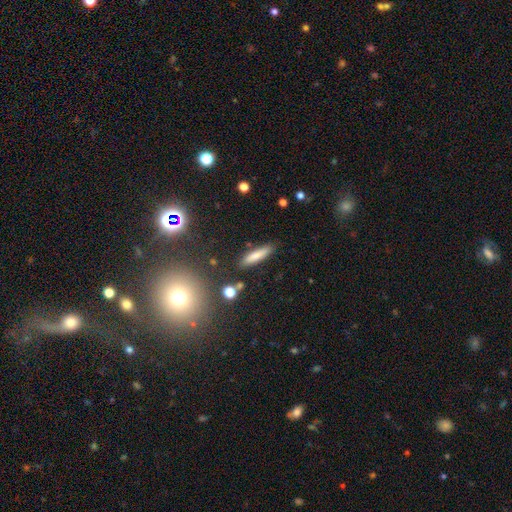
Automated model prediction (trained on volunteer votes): The model was most divided on "smooth or featured": smooth: 74%, featured or disk: 18%, star or artifact: 9%. More confident: merging — none (87%); how rounded — cigar-shaped (80%).